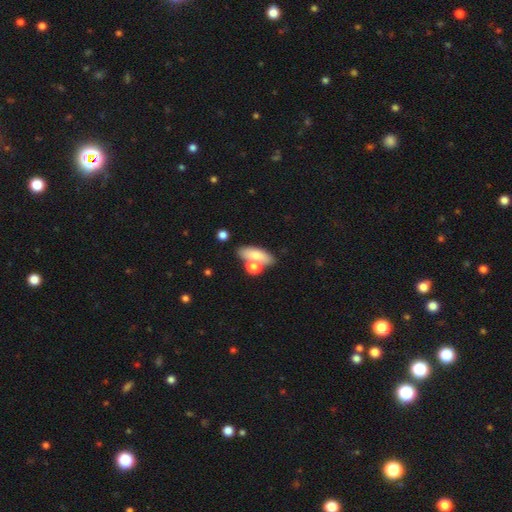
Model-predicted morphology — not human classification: Q: Smooth or featured?
A: smooth (72%); runner-up: featured or disk (19%)
Q: How rounded?
A: in between (68%); runner-up: cigar-shaped (23%)
Q: Merging?
A: none (54%); runner-up: merger (28%)